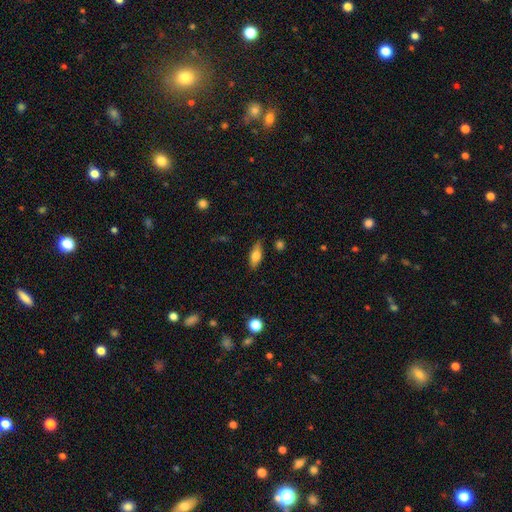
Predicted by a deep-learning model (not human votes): Smooth or featured? Predicted: smooth (p=0.66). How rounded? Predicted: in between (p=0.72). Merging? Predicted: none (p=0.79).